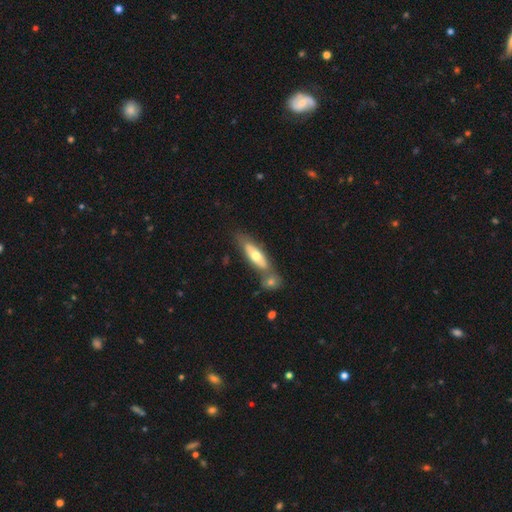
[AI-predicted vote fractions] Smooth or featured: smooth — 56% (featured or disk — 39%)
How rounded: in between — 50% (cigar-shaped — 48%)
Merging: none — 50% (merger — 32%)